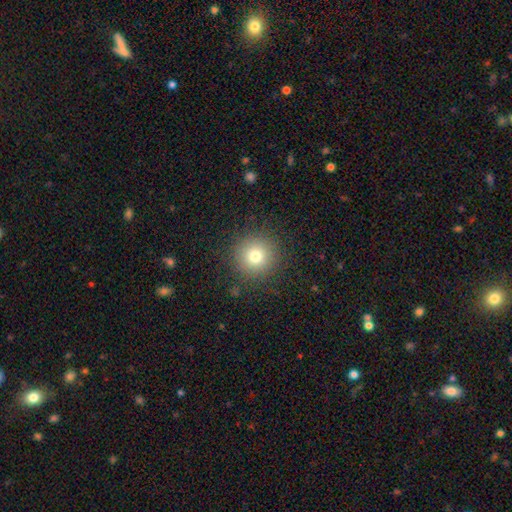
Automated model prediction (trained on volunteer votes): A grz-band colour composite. It shows a smooth galaxy with no disk features (77%) that is round (95%). Merging: none (89%).